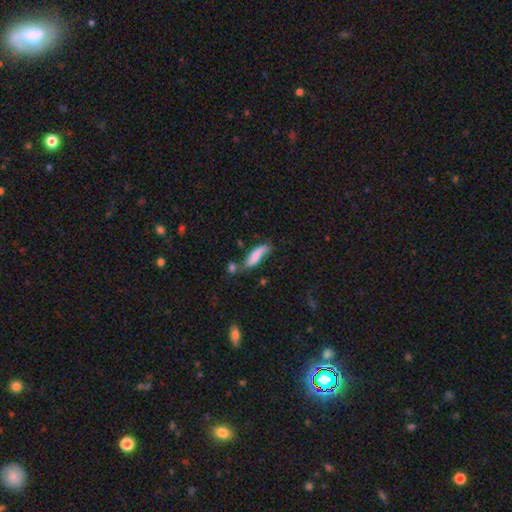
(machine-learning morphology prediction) smooth_or_featured: smooth (p=0.68) [alt: featured or disk p=0.25]
how_rounded: cigar-shaped (p=0.55) [alt: in between p=0.42]
merging: none (p=0.49) [alt: minor disturbance p=0.26]